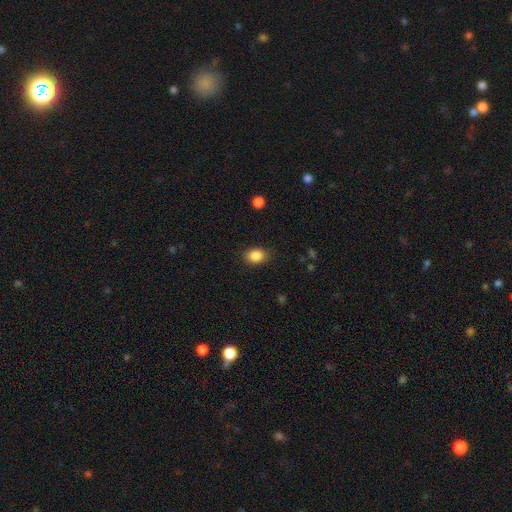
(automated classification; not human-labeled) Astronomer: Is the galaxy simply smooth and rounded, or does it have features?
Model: smooth — 87%.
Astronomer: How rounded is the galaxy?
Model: in between — 66%.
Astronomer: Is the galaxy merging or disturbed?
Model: none — 86%.